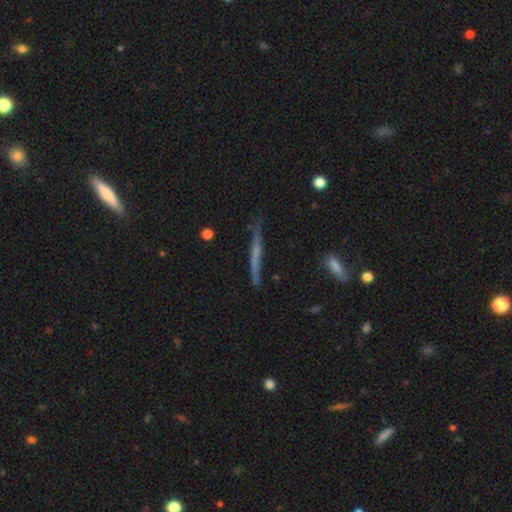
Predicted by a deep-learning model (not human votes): Overall: featured or disk (54%; smooth 37%). Edge-on disk: yes (94%). Edge-on bulge: none (70%). Merging: none (80%).